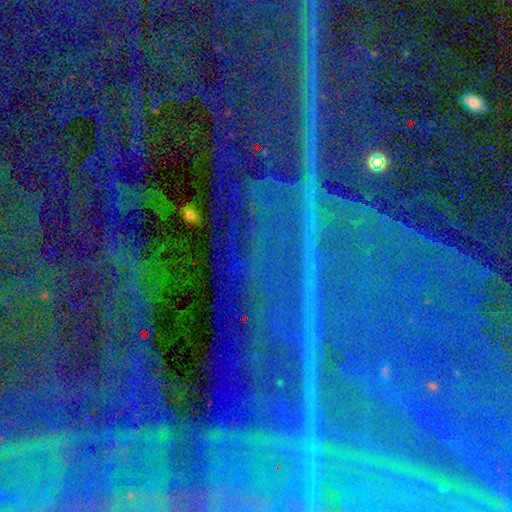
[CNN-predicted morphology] Smooth or featured: star or artifact — 90% (featured or disk — 6%)